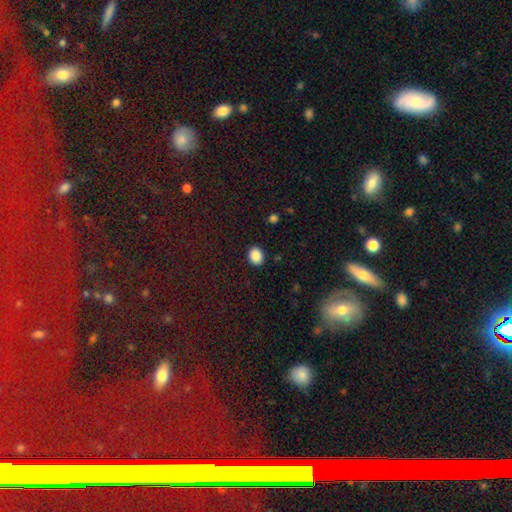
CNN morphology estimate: Smooth or featured?
  - smooth: 88% *
  - star or artifact: 9%
  - featured or disk: 3%
How rounded?
  - in between: 53% *
  - round: 47%
  - cigar-shaped: 1%
Merging?
  - none: 89% *
  - minor disturbance: 8%
  - major disturbance: 2%
  - merger: 1%